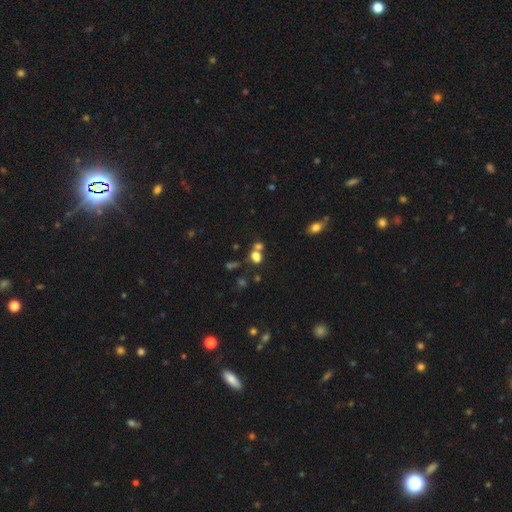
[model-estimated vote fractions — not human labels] Smooth or featured: smooth — 70% (star or artifact — 19%)
How rounded: round — 50% (in between — 49%)
Merging: merger — 44% (none — 41%)